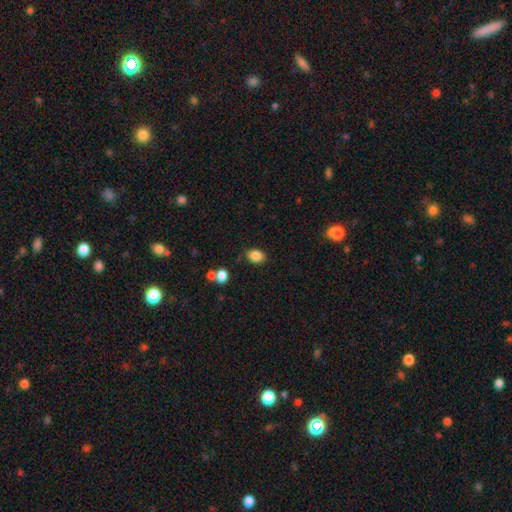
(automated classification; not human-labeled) A smooth galaxy with no disk features (85%) that is in between round and cigar-shaped (75%).

Vote fractions:
- Smooth or featured? smooth: 85% / star or artifact: 9% / featured or disk: 6%
- How rounded? in between: 75% / round: 24% / cigar-shaped: 1%
- Merging? none: 81% / minor disturbance: 12% / merger: 3% / major disturbance: 3%